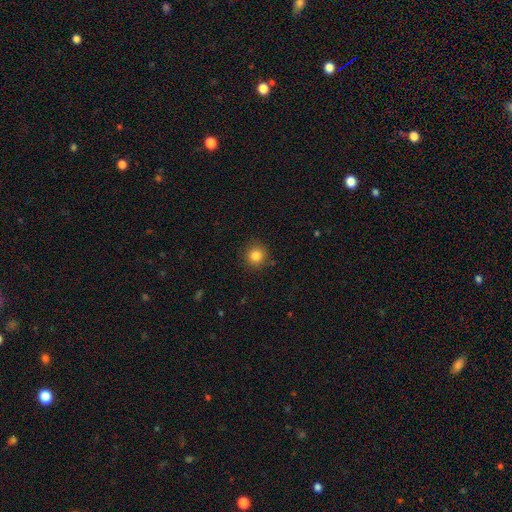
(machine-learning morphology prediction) smooth-or-featured: smooth: 84% | star or artifact: 11% | featured or disk: 5%
  how-rounded: round: 93% | in between: 6% | cigar-shaped: 1%
  merging: none: 88% | minor disturbance: 8% | major disturbance: 3% | merger: 1%